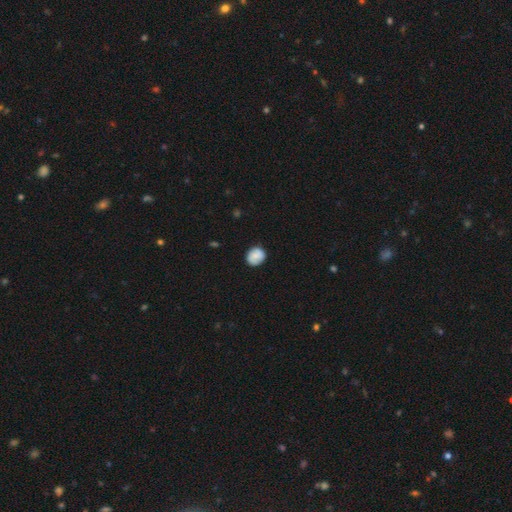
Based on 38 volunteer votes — smooth_or_featured: smooth (p=0.74) [alt: featured or disk p=0.21]
how_rounded: round (p=0.64) [alt: in between p=0.36]
merging: none (p=0.83) [alt: minor disturbance p=0.17]